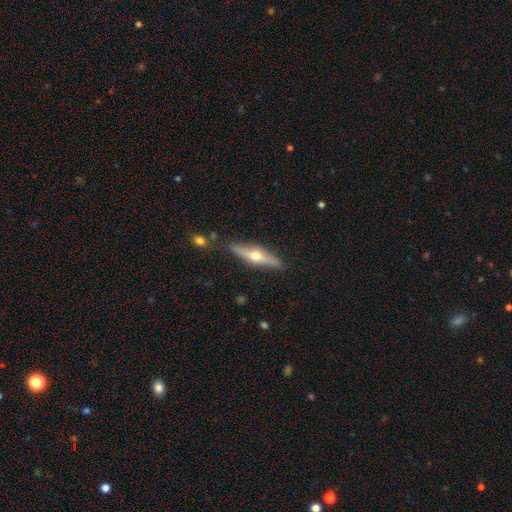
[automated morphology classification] A featured or disk galaxy (65%) viewed edge-on (93%) with a rounded central bulge (95%). Merging: none (84%).